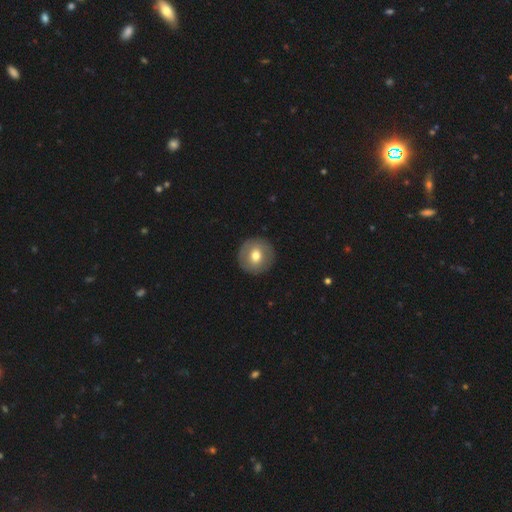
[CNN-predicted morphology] Smooth or featured: smooth — 62% (featured or disk — 31%)
How rounded: round — 93% (in between — 6%)
Merging: none — 90% (minor disturbance — 7%)